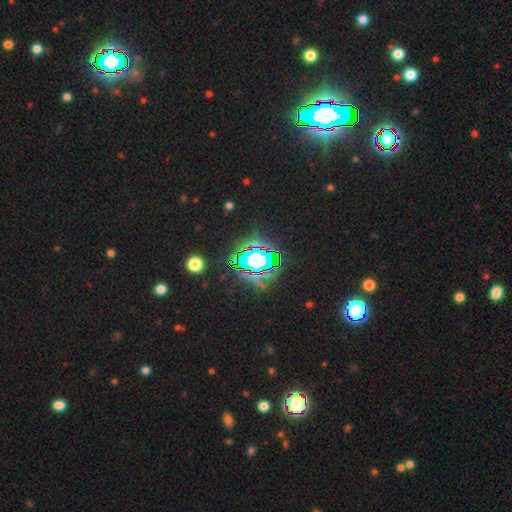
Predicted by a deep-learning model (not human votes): smooth-or-featured: star or artifact: 79% | smooth: 13% | featured or disk: 9%